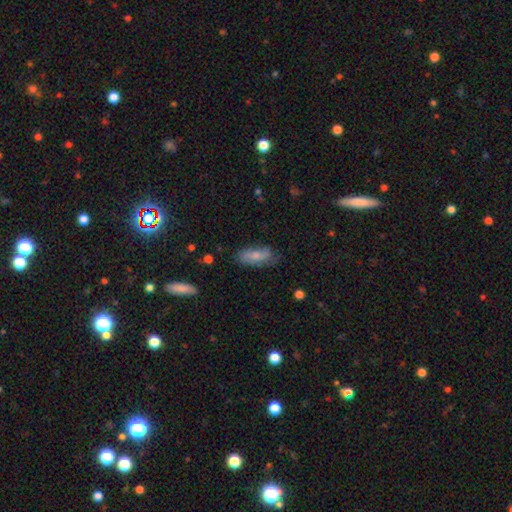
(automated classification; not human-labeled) smooth_or_featured: smooth (p=0.63) [alt: featured or disk p=0.30]
how_rounded: in between (p=0.77) [alt: cigar-shaped p=0.20]
merging: none (p=0.62) [alt: minor disturbance p=0.27]